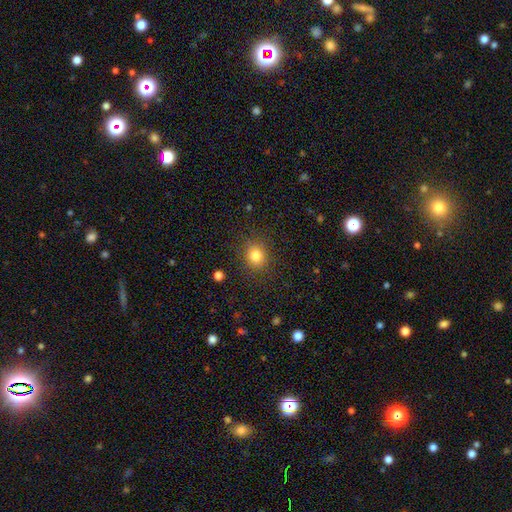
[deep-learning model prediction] smooth 83%, star or artifact 12%, featured or disk 6%. Down the decision tree: how rounded — round (77%); merging — none (86%).